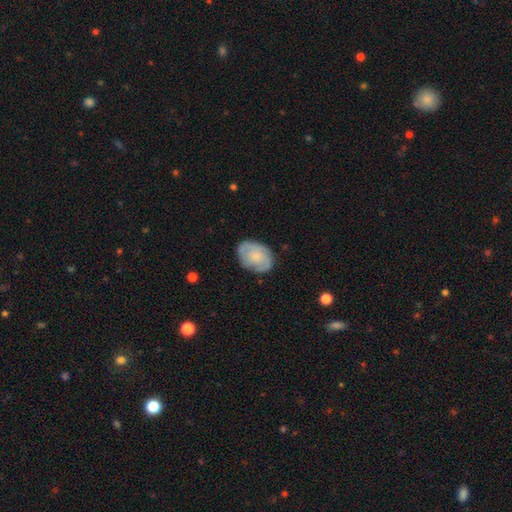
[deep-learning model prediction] Smooth or featured?
  - smooth: 48% *
  - featured or disk: 45%
  - star or artifact: 7%
Merging?
  - none: 76% *
  - minor disturbance: 18%
  - major disturbance: 5%
  - merger: 1%